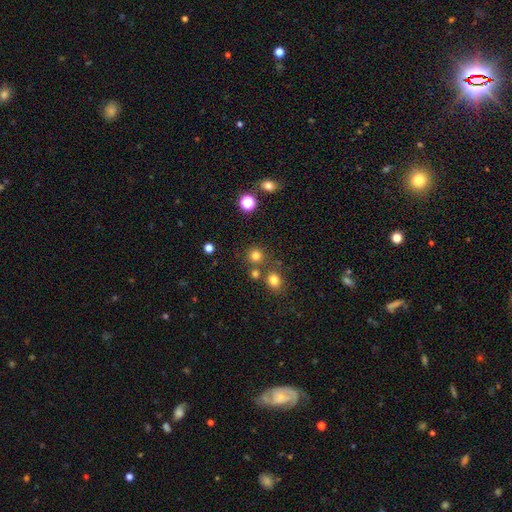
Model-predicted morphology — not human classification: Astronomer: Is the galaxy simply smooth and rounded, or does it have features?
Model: smooth — 76%.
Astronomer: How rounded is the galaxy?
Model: round — 92%.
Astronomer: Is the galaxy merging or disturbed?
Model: none — 75%.